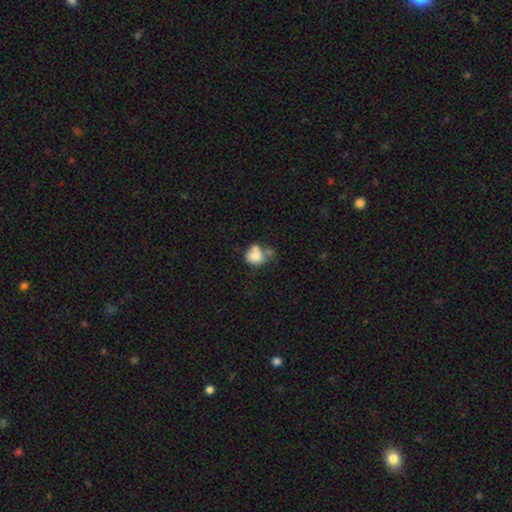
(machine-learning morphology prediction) Q: Smooth or featured?
A: smooth (75%); runner-up: featured or disk (16%)
Q: How rounded?
A: round (64%); runner-up: in between (35%)
Q: Merging?
A: none (34%); runner-up: merger (32%)